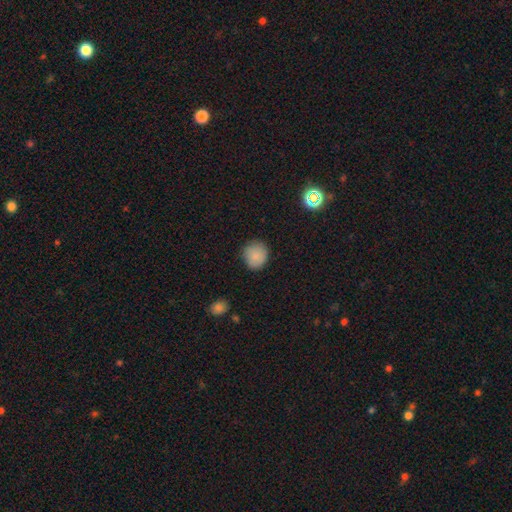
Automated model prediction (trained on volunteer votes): smooth_or_featured: smooth (p=0.86) [alt: star or artifact p=0.09]
how_rounded: round (p=0.86) [alt: in between p=0.13]
merging: none (p=0.84) [alt: minor disturbance p=0.12]